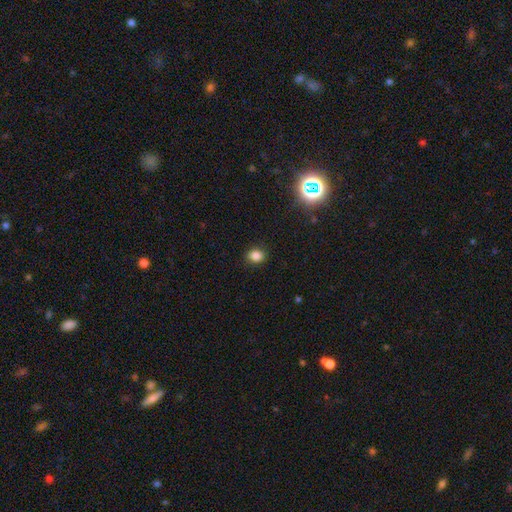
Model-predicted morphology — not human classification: smooth 83%, star or artifact 13%, featured or disk 4%. Down the decision tree: how rounded — round (59%); merging — none (89%).